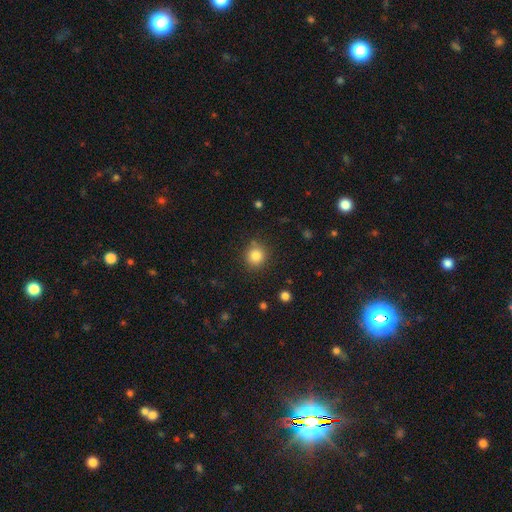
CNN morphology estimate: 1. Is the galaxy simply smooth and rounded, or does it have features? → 83% smooth, 11% star or artifact, 5% featured or disk.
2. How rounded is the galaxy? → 90% round, 9% in between, 1% cigar-shaped.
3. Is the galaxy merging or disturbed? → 84% none, 10% minor disturbance, 3% major disturbance, 3% merger.